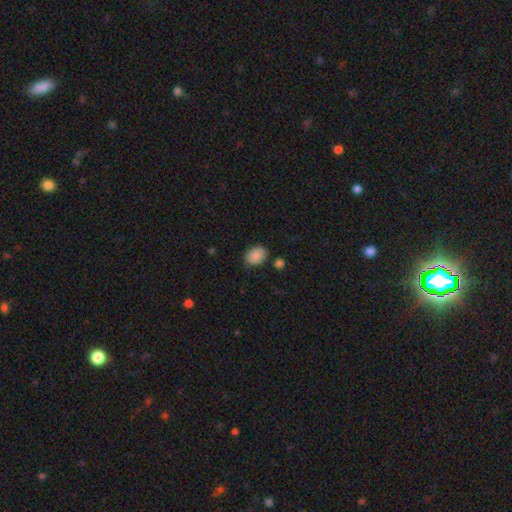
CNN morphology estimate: Overall: smooth (87%). How rounded: in between (67%; round 32%). Merging: none (77%).